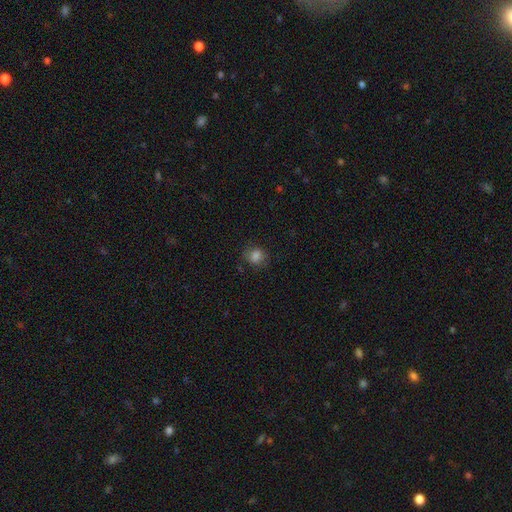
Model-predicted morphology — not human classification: Overall: smooth (81%). How rounded: round (66%; in between 33%). Merging: none (75%).